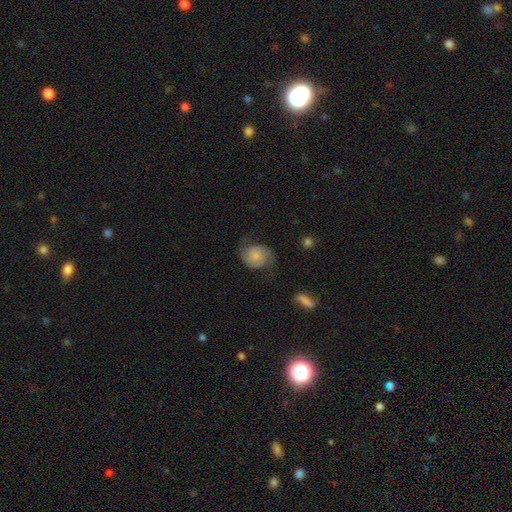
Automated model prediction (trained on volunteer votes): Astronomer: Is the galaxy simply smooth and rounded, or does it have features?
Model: featured or disk — 62%.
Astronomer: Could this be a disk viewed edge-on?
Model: no — 98%.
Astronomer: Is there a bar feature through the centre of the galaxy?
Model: no — 75%.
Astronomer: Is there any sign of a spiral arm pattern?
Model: yes — 93%.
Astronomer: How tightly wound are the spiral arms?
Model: medium — 43% (runner-up: tight, 30%).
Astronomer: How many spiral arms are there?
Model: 2 — 90%.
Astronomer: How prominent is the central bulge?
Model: small — 49%.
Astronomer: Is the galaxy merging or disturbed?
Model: none — 67%.